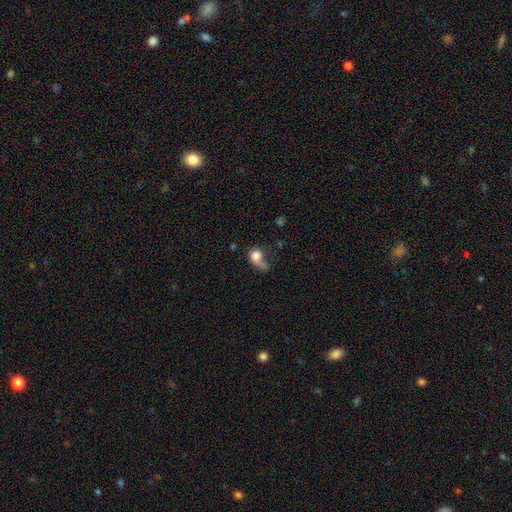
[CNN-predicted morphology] A smooth galaxy with no disk features (71%) that is round (57%).

Vote fractions:
- Smooth or featured? smooth: 71% / featured or disk: 19% / star or artifact: 10%
- How rounded? round: 57% / in between: 40% / cigar-shaped: 2%
- Merging? major disturbance: 43% / none: 25% / minor disturbance: 21% / merger: 12%